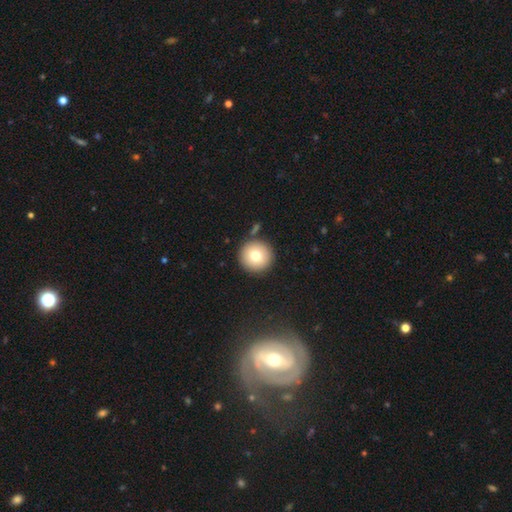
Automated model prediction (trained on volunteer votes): The model was most divided on "smooth or featured": smooth: 75%, featured or disk: 14%, star or artifact: 11%. More confident: how rounded — round (95%); merging — none (87%).